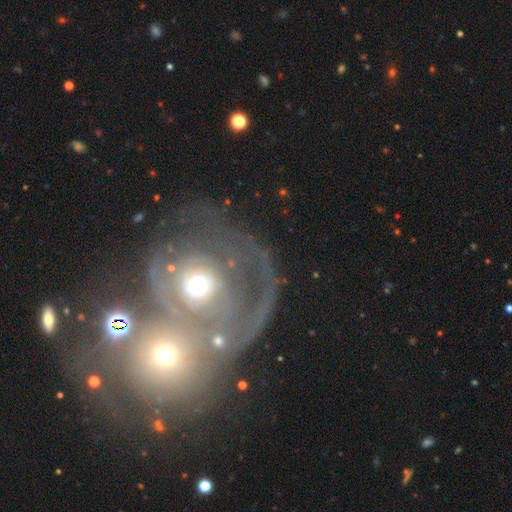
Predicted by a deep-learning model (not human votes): Smooth or featured: featured or disk — 66% (smooth — 23%)
Edge-on disk: no — 96% (yes — 4%)
Bar: no — 78% (weak — 15%)
Spiral arms: yes — 62% (no — 38%)
Bulge size: moderate — 62% (small — 26%)
Merging: merger — 40% (none — 29%)